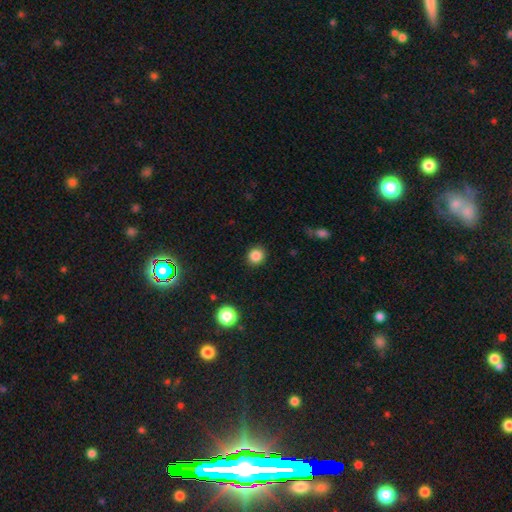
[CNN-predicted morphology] smooth 85%, star or artifact 12%, featured or disk 4%. Down the decision tree: how rounded — round (86%); merging — none (90%).